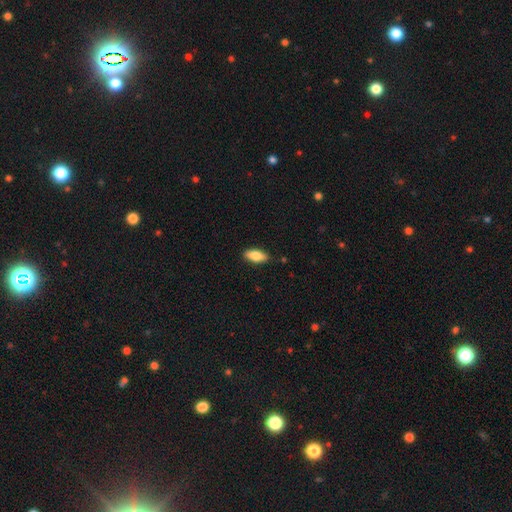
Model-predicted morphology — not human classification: smooth 82%, featured or disk 12%, star or artifact 6%. Down the decision tree: how rounded — in between (83%); merging — none (87%).